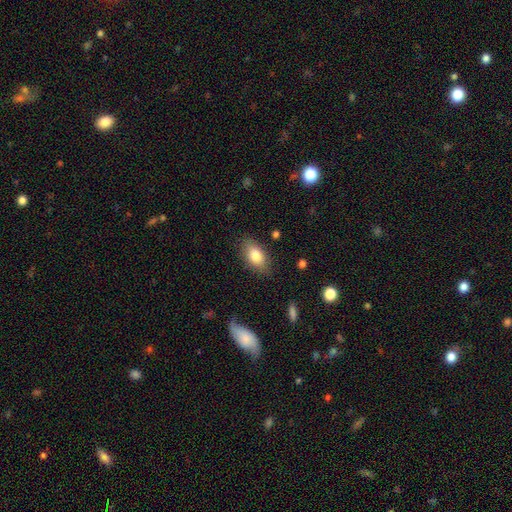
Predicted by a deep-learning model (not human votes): smooth 80%, featured or disk 12%, star or artifact 7%. Down the decision tree: how rounded — in between (89%); merging — none (83%).